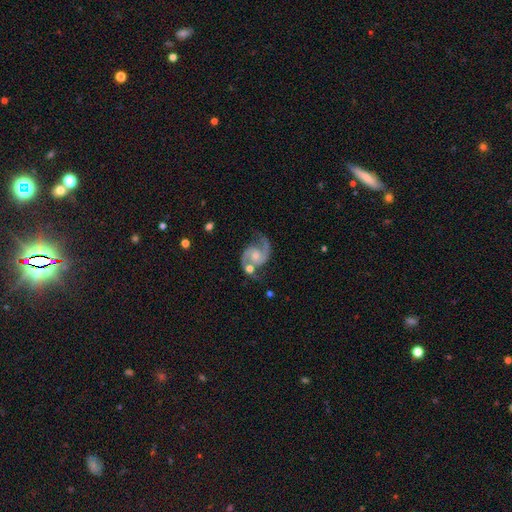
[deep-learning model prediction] Smooth or featured? featured or disk (91%)
Edge-on disk? no (98%)
Bar? no (56%)
Spiral arms? yes (98%)
Spiral winding? medium (62%)
Spiral arm count? 2 (93%)
Bulge size? moderate (44%)
Merging? none (61%)